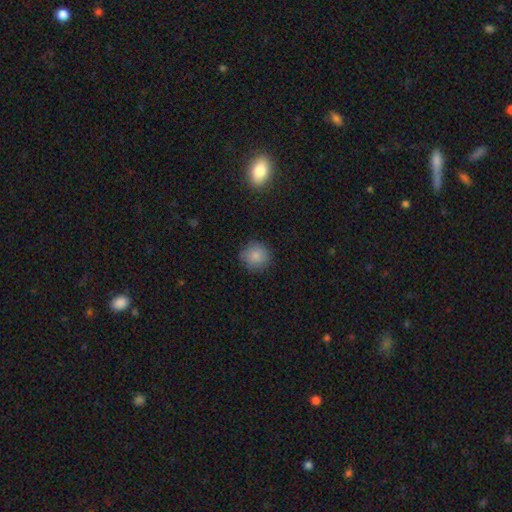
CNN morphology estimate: smooth-or-featured: smooth: 85% | star or artifact: 9% | featured or disk: 5%
  how-rounded: round: 92% | in between: 7% | cigar-shaped: 1%
  merging: none: 86% | minor disturbance: 11% | major disturbance: 3% | merger: 1%